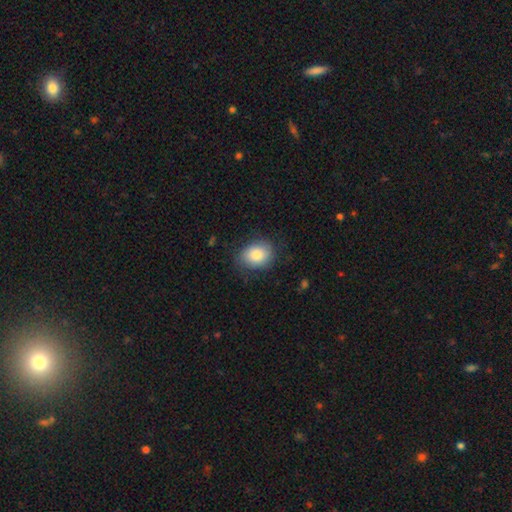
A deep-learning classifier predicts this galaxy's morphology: Smooth or featured?
  - smooth: 85% *
  - featured or disk: 8%
  - star or artifact: 7%
How rounded?
  - in between: 56% *
  - round: 43%
  - cigar-shaped: 1%
Merging?
  - none: 77% *
  - minor disturbance: 16%
  - major disturbance: 5%
  - merger: 1%